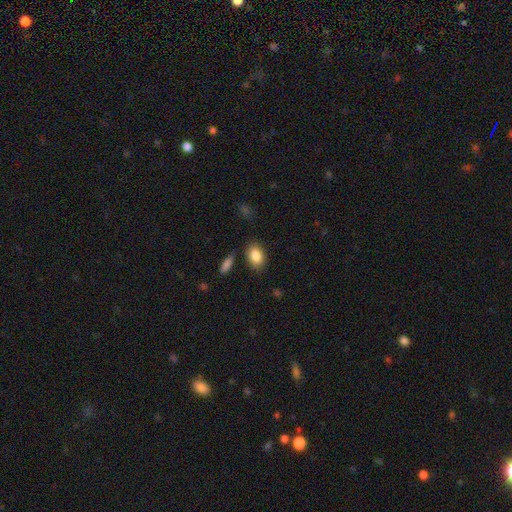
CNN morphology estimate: Smooth or featured: smooth — 86% (star or artifact — 8%)
How rounded: in between — 83% (round — 15%)
Merging: none — 81% (minor disturbance — 12%)